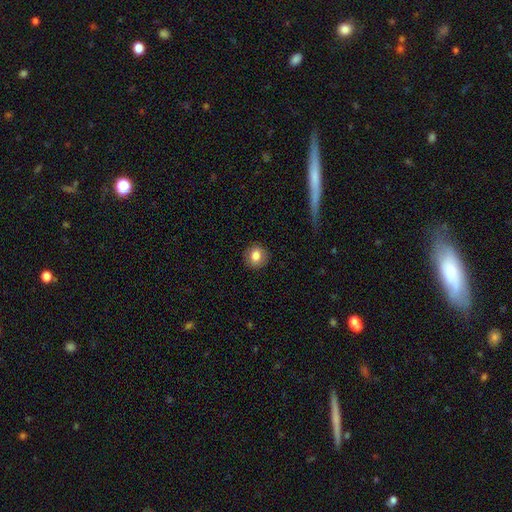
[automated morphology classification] Q: Smooth or featured?
A: smooth (82%); runner-up: featured or disk (9%)
Q: How rounded?
A: round (81%); runner-up: in between (18%)
Q: Merging?
A: none (89%); runner-up: minor disturbance (8%)